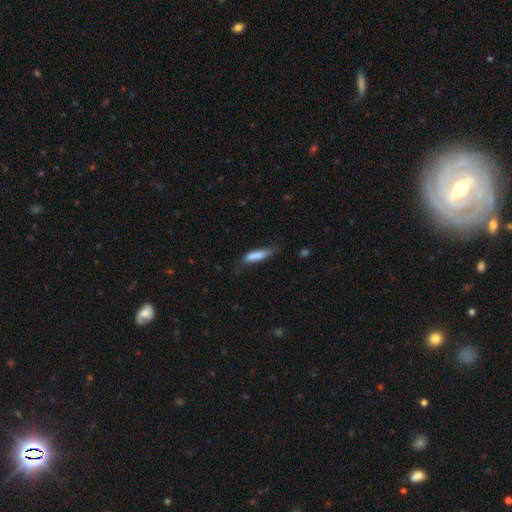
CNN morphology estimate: This appears to be a smooth galaxy with no disk features (78%) that is cigar-shaped (74%). Merging: none (47%).